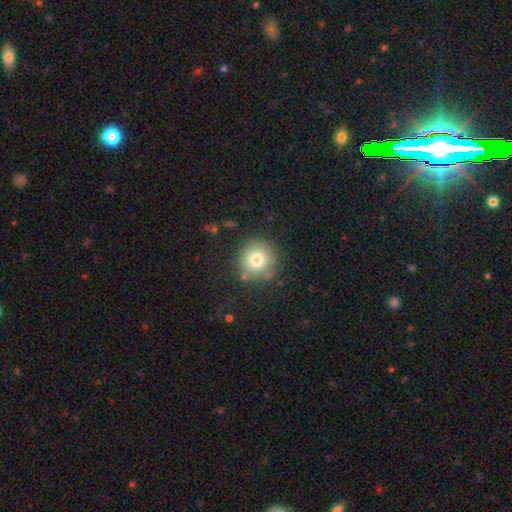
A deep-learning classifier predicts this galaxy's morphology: The model was most divided on "smooth or featured": smooth: 71%, star or artifact: 18%, featured or disk: 11%. More confident: how rounded — round (94%); merging — none (85%).